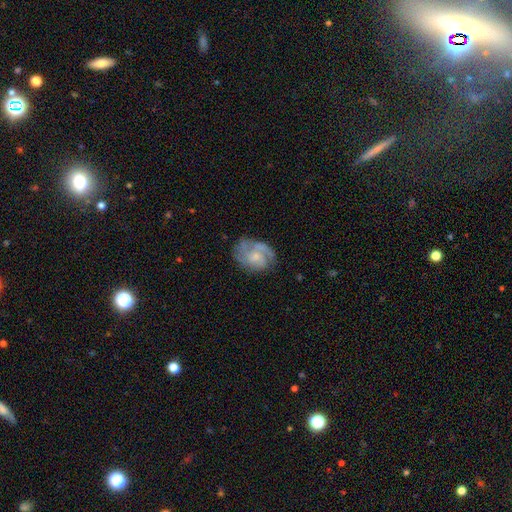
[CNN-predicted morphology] Overall: featured or disk (68%). Edge-on disk: no (98%). Bar: no (71%). Spiral arms: yes (87%). Spiral arm count: 2 (33%; can't tell 26%). Spiral winding: tight (44%; medium 40%). Bulge size: small (42%; moderate 36%). Merging: none (63%).